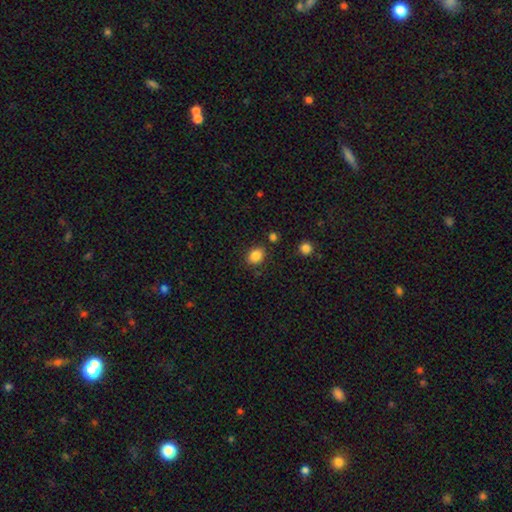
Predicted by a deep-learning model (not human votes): Overall: smooth (85%). How rounded: in between (55%; round 44%). Merging: none (82%).